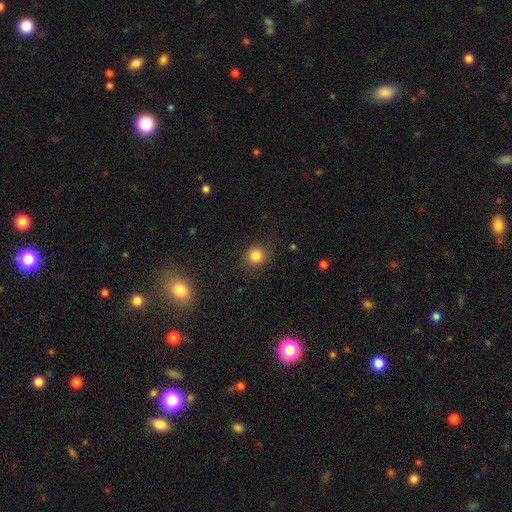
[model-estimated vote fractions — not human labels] smooth 84%, star or artifact 11%, featured or disk 5%. Down the decision tree: how rounded — round (85%); merging — none (85%).